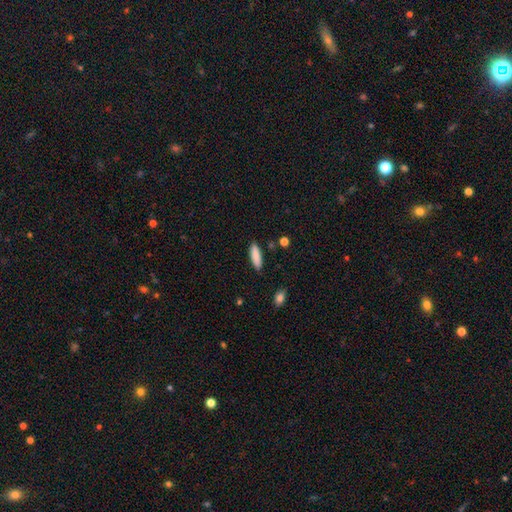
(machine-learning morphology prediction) smooth 87%, star or artifact 6%, featured or disk 6%. Down the decision tree: how rounded — cigar-shaped (54%); merging — none (87%).